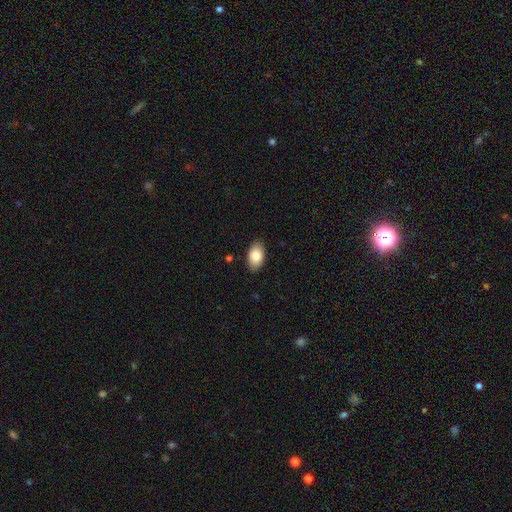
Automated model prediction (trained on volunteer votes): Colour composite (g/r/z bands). It shows a smooth galaxy with no disk features (85%) that is in between round and cigar-shaped (94%). Merging: none (87%).